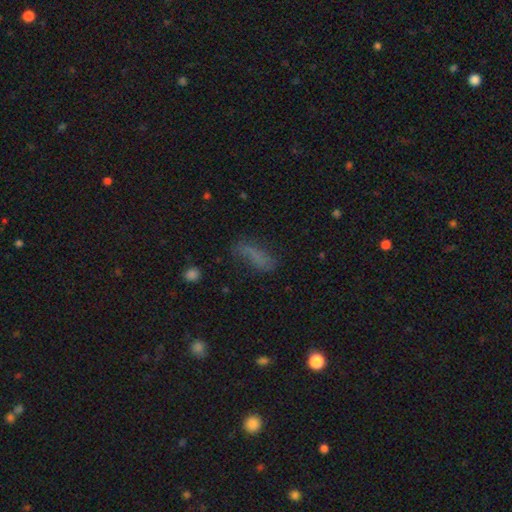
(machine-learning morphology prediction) Smooth or featured? Predicted: smooth (p=0.64). How rounded? Predicted: in between (p=0.48). Merging? Predicted: none (p=0.55).